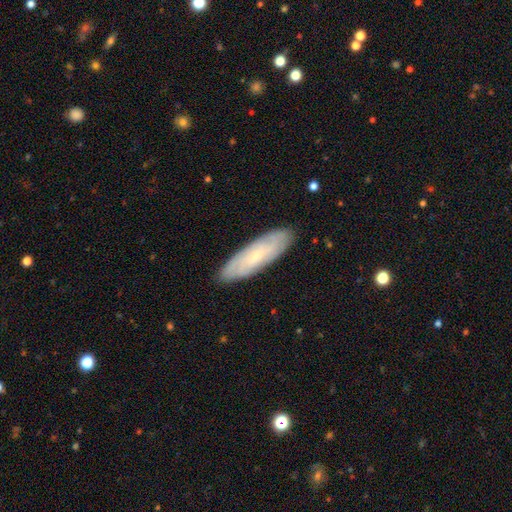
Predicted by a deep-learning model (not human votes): smooth_or_featured: featured or disk (p=0.48) [alt: smooth p=0.44]
merging: none (p=0.86) [alt: minor disturbance p=0.11]